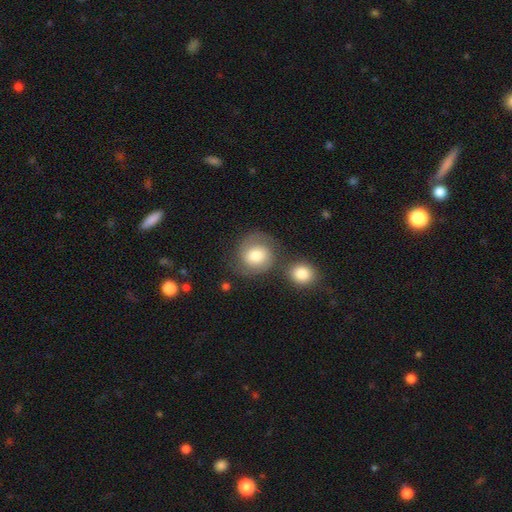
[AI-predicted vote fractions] A featured or disk galaxy (48%). Merging: none (63%).